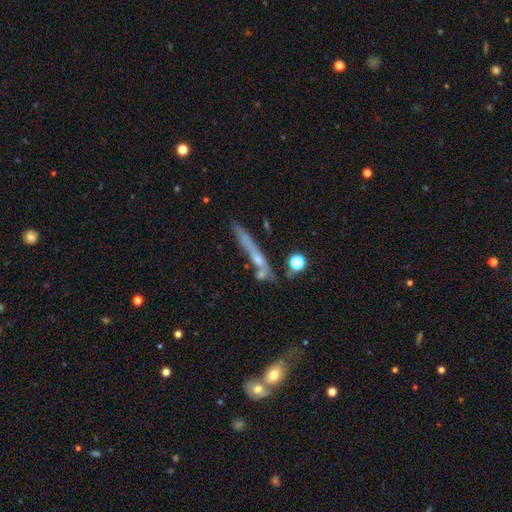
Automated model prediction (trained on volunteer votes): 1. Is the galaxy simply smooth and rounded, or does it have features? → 52% featured or disk, 37% smooth, 11% star or artifact.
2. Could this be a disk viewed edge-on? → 88% yes, 12% no.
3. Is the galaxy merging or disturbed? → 64% none, 17% minor disturbance, 12% merger, 7% major disturbance.